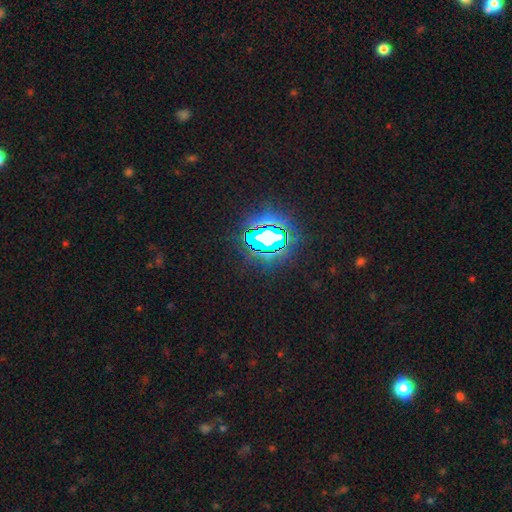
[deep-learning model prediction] Smooth or featured?
  - star or artifact: 83% *
  - smooth: 11%
  - featured or disk: 6%